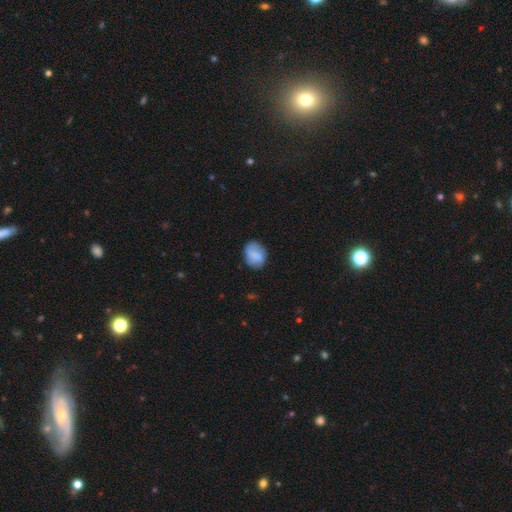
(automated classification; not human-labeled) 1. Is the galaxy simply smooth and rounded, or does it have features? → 79% smooth, 14% featured or disk, 7% star or artifact.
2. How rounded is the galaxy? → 61% in between, 38% round, 1% cigar-shaped.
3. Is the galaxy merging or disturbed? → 77% none, 18% minor disturbance, 4% major disturbance, 1% merger.